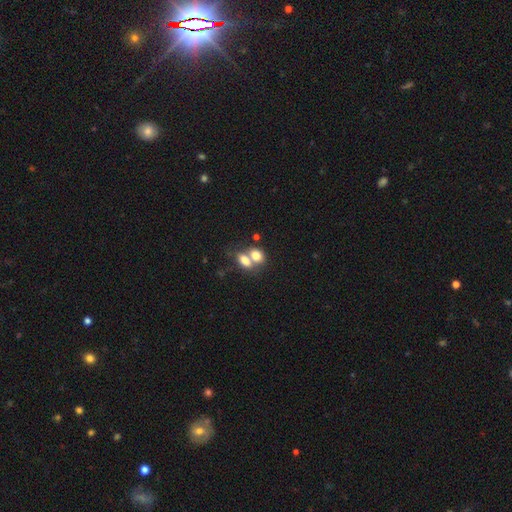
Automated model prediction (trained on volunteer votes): smooth_or_featured: smooth (p=0.75) [alt: featured or disk p=0.14]
how_rounded: in between (p=0.70) [alt: round p=0.27]
merging: merger (p=0.60) [alt: none p=0.29]